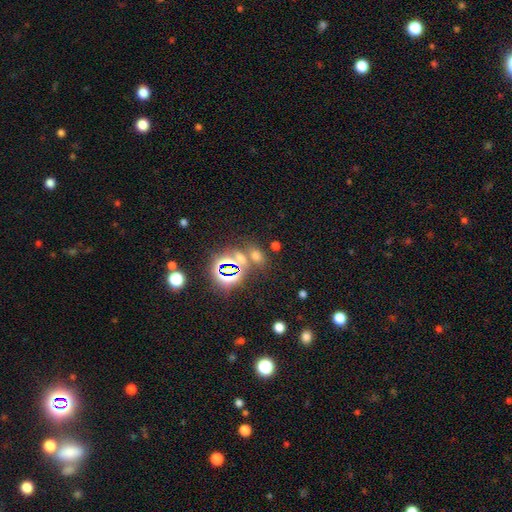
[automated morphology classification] Smooth or featured?
  - smooth: 50% *
  - star or artifact: 42%
  - featured or disk: 8%
Merging?
  - none: 63% *
  - merger: 22%
  - minor disturbance: 10%
  - major disturbance: 5%